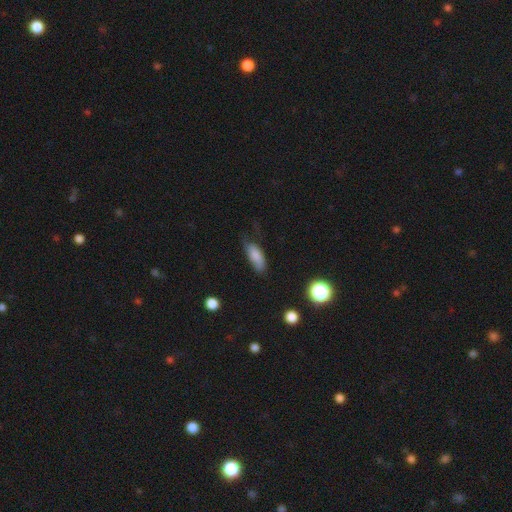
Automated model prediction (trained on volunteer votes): Morphology: type=smooth (80%); roundness=in between (77%); merging=none (51%).